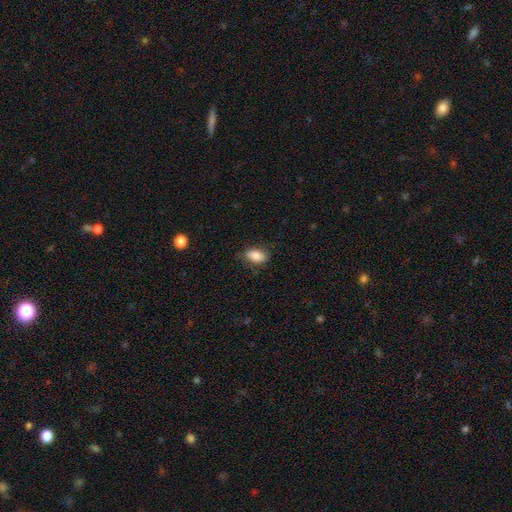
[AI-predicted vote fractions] Smooth or featured: smooth — 85% (featured or disk — 8%)
How rounded: in between — 91% (round — 6%)
Merging: none — 78% (minor disturbance — 17%)